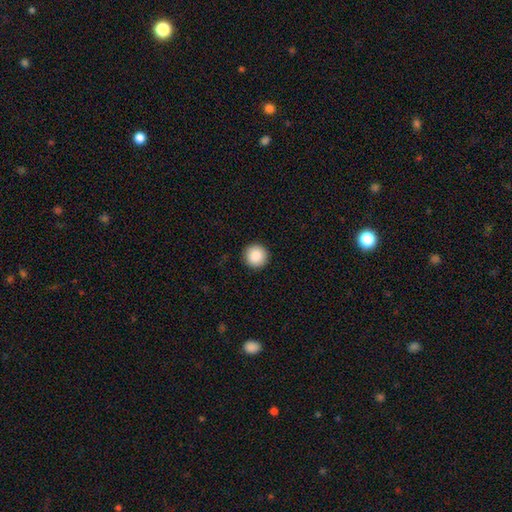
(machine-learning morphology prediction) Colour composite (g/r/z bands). It shows a smooth galaxy with no disk features (89%) that is round (96%). Merging: none (93%).